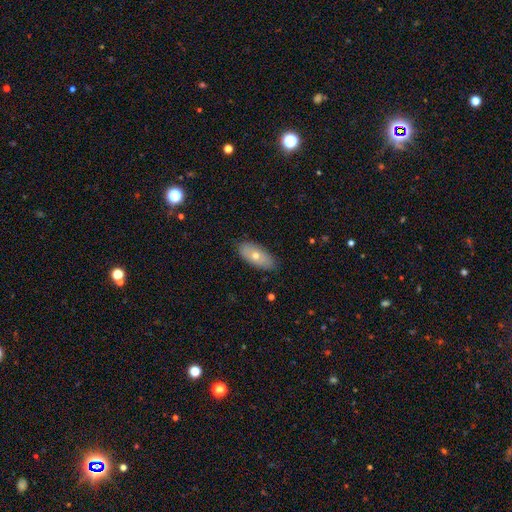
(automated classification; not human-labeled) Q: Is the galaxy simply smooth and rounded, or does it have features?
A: smooth — 60%.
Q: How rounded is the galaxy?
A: in between — 85%.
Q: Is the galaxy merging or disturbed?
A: none — 84%.